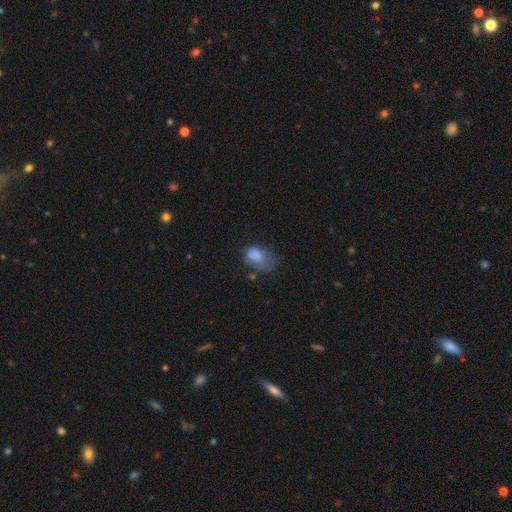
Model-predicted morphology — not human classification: smooth-or-featured: smooth: 72% | featured or disk: 17% | star or artifact: 11%
  how-rounded: in between: 85% | round: 14% | cigar-shaped: 2%
  merging: major disturbance: 35% | minor disturbance: 31% | none: 28% | merger: 6%